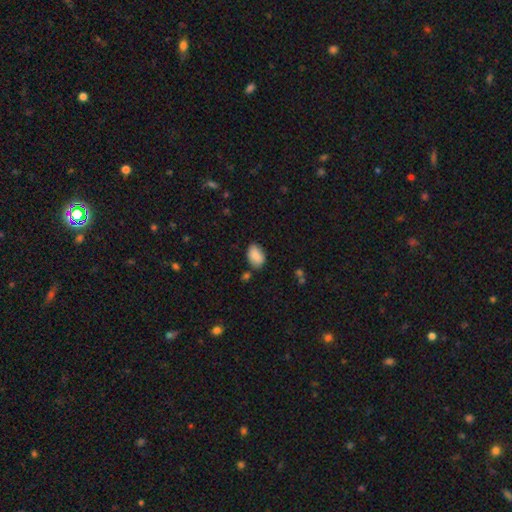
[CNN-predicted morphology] smooth_or_featured: smooth (p=0.86) [alt: star or artifact p=0.07]
how_rounded: in between (p=0.88) [alt: round p=0.11]
merging: none (p=0.76) [alt: minor disturbance p=0.17]